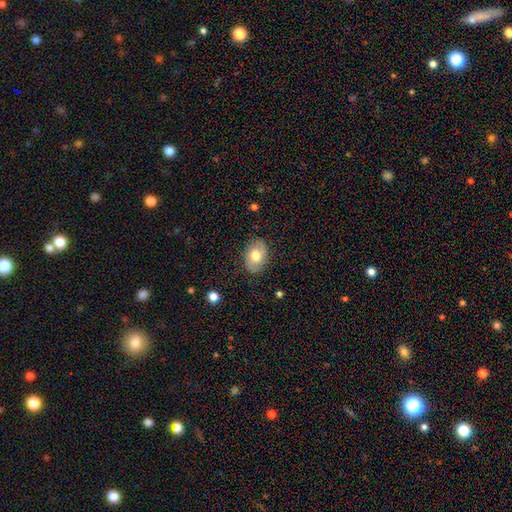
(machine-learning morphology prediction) This is likely a smooth galaxy (70%). How rounded: clearly in between (82%). Merging: clearly none (84%).